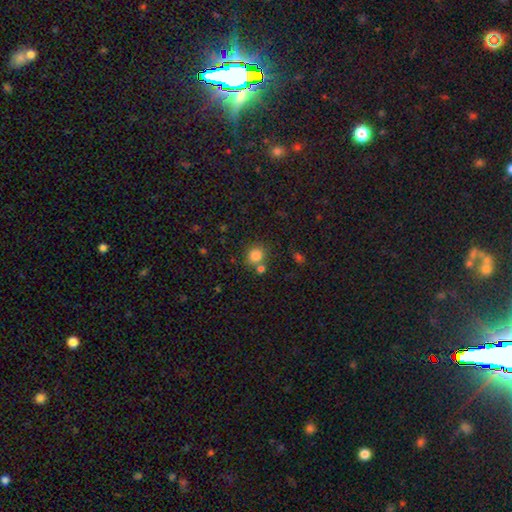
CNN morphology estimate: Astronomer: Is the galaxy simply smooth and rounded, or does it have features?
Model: smooth — 83%.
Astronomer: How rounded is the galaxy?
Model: round — 85%.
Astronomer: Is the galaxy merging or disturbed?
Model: none — 68%.